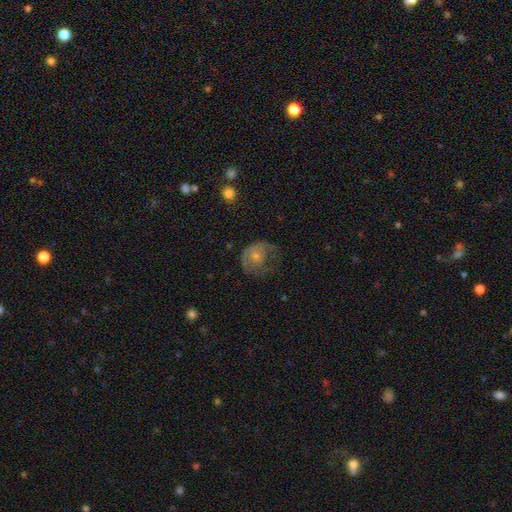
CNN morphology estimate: A featured or disk galaxy (50%). Merging: none (42%).